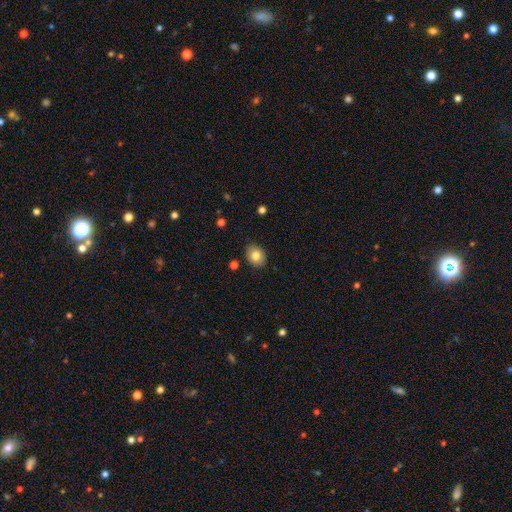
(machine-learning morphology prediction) Overall: smooth (81%). How rounded: in between (55%; round 44%). Merging: none (87%).